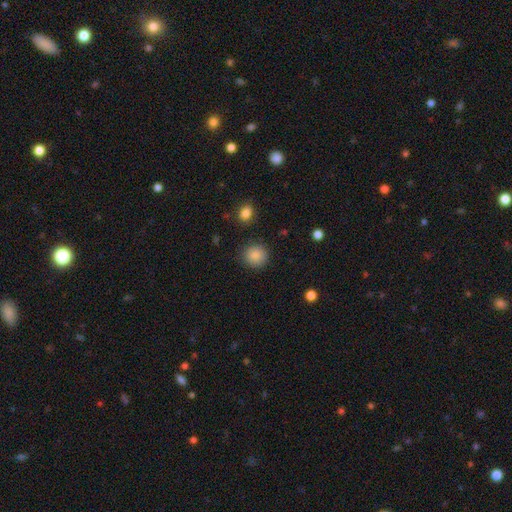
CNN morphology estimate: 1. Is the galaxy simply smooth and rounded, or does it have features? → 87% smooth, 9% star or artifact, 4% featured or disk.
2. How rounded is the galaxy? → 92% round, 8% in between, 1% cigar-shaped.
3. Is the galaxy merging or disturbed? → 88% none, 8% minor disturbance, 3% major disturbance, 2% merger.